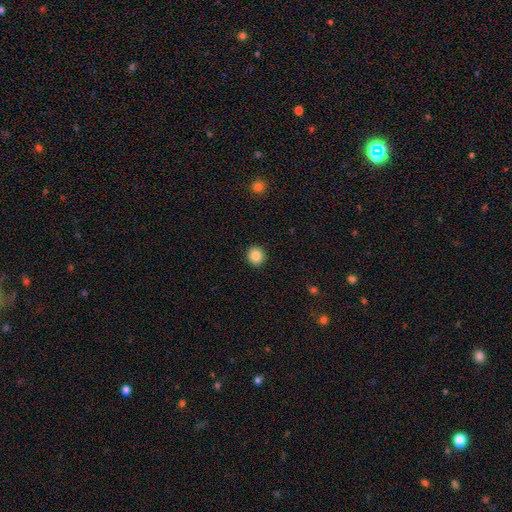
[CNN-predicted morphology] smooth-or-featured: smooth: 86% | star or artifact: 9% | featured or disk: 4%
  how-rounded: round: 88% | in between: 11% | cigar-shaped: 1%
  merging: none: 92% | minor disturbance: 5% | major disturbance: 2% | merger: 1%